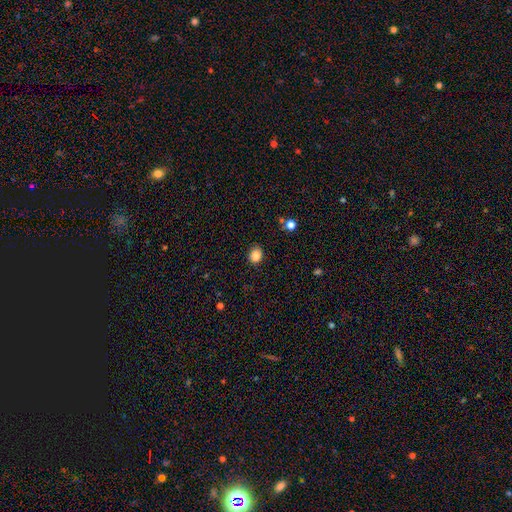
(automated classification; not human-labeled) This is clearly a smooth galaxy (85%). How rounded: likely round (60%). Merging: clearly none (84%).